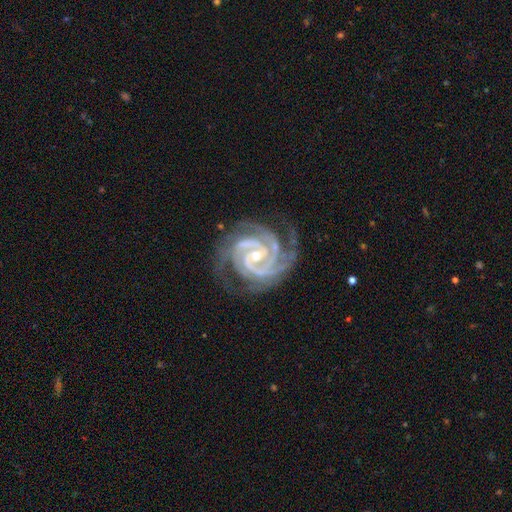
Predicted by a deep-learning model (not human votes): Overall: featured or disk (94%). Edge-on disk: no (98%). Bar: weak (40%; no 34%). Spiral arms: yes (99%). Spiral arm count: 3 (42%; 2 20%). Spiral winding: tight (73%). Bulge size: small (52%; moderate 45%). Merging: none (74%).